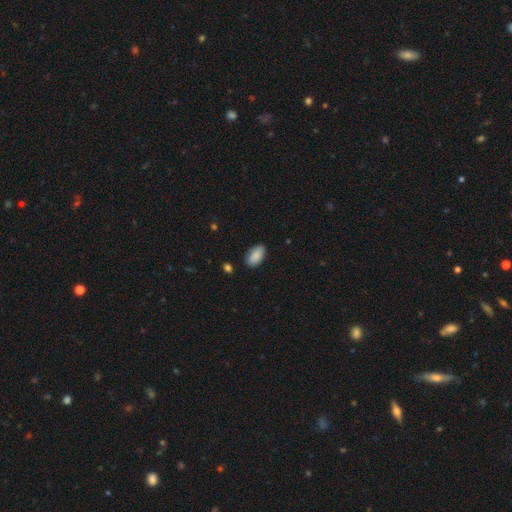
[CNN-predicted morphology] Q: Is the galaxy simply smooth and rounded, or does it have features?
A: smooth — 88%.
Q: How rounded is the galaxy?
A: in between — 95%.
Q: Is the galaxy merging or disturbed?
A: none — 83%.